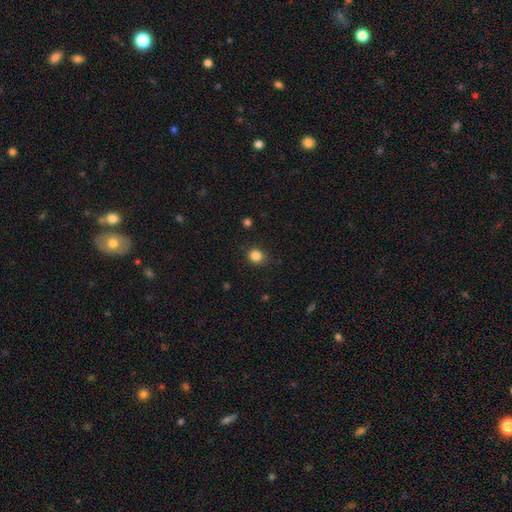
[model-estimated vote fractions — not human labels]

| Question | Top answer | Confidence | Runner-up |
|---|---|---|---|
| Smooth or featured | smooth | 84% | star or artifact (12%) |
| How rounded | round | 83% | in between (16%) |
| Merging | none | 83% | minor disturbance (13%) |